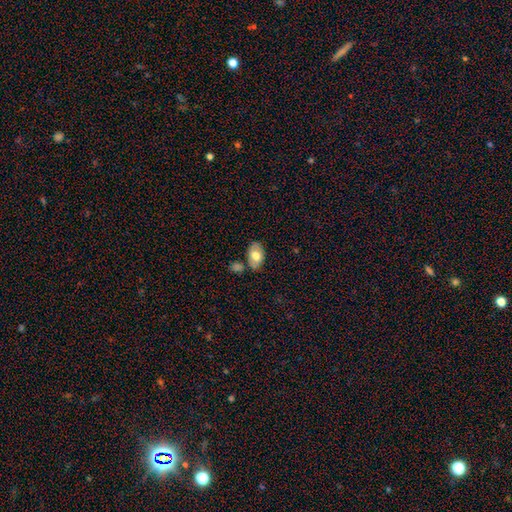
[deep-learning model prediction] Smooth or featured? Predicted: smooth (p=0.69). How rounded? Predicted: in between (p=0.92). Merging? Predicted: none (p=0.70).